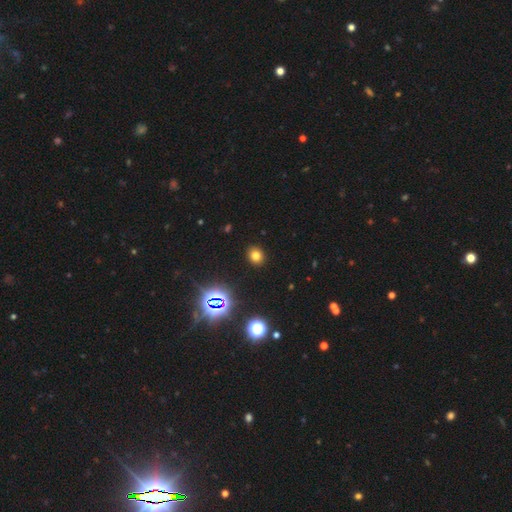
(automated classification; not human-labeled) Smooth or featured?
  - smooth: 73% *
  - star or artifact: 21%
  - featured or disk: 6%
How rounded?
  - round: 69% *
  - in between: 30%
  - cigar-shaped: 1%
Merging?
  - none: 90% *
  - minor disturbance: 6%
  - major disturbance: 2%
  - merger: 1%